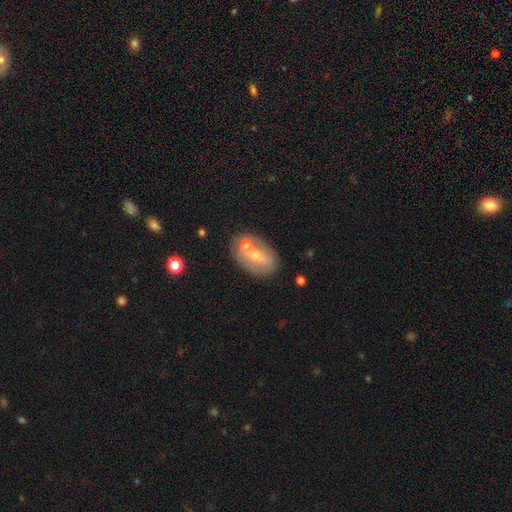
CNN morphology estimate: smooth-or-featured: featured or disk: 49% | smooth: 43% | star or artifact: 8%
  merging: none: 47% | merger: 33% | minor disturbance: 14% | major disturbance: 5%